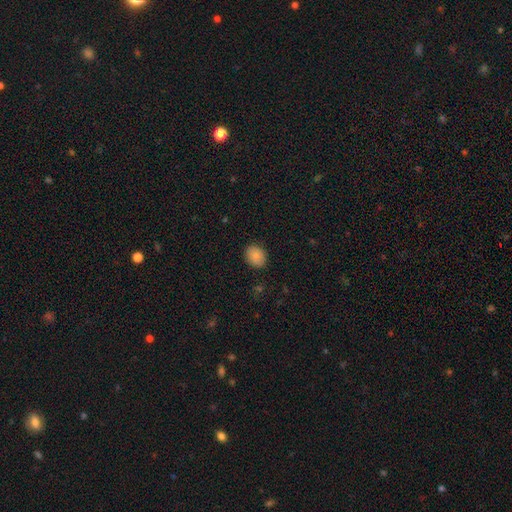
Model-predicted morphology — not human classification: This is clearly a smooth galaxy (87%). How rounded: possibly in between (52%). Merging: clearly none (87%).